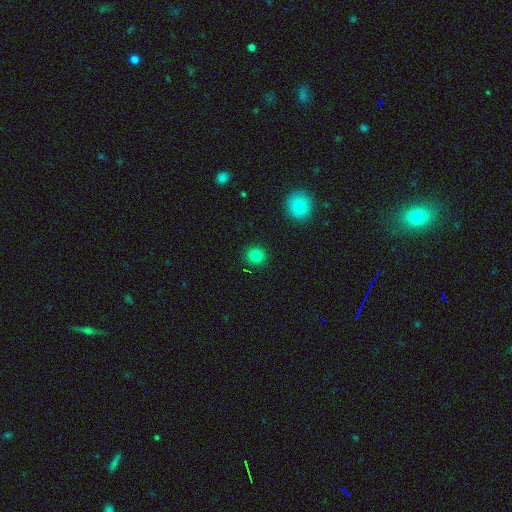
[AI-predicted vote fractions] Smooth or featured? Predicted: smooth (p=0.82). How rounded? Predicted: round (p=0.92). Merging? Predicted: none (p=0.91).